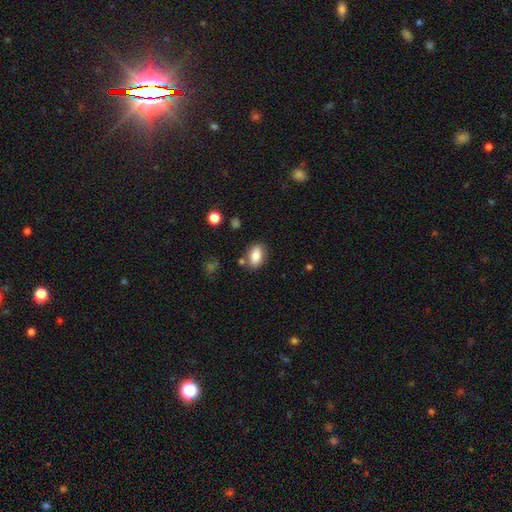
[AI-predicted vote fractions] Q: Smooth or featured?
A: smooth (83%); runner-up: featured or disk (9%)
Q: How rounded?
A: in between (86%); runner-up: round (11%)
Q: Merging?
A: none (77%); runner-up: minor disturbance (13%)